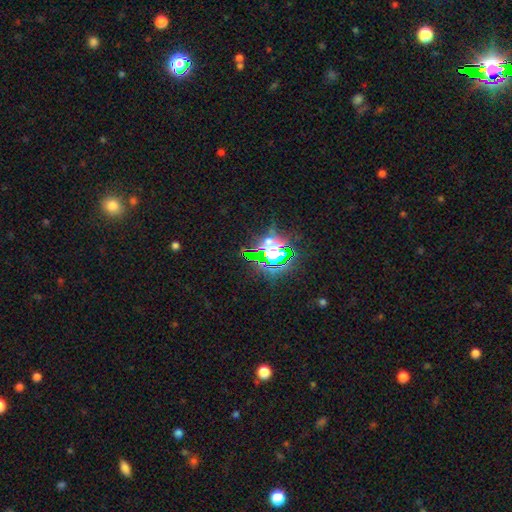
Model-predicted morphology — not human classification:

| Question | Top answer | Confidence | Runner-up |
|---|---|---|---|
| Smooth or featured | star or artifact | 75% | smooth (14%) |